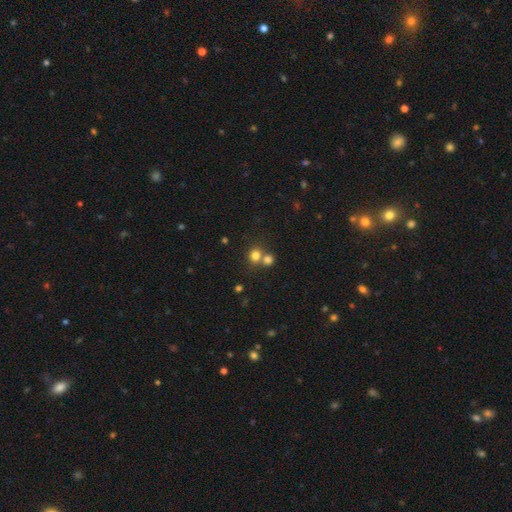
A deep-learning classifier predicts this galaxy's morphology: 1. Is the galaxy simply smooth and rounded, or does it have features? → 78% smooth, 14% star or artifact, 8% featured or disk.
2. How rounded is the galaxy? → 82% round, 17% in between, 1% cigar-shaped.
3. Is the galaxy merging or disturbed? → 49% none, 41% merger, 6% minor disturbance, 3% major disturbance.